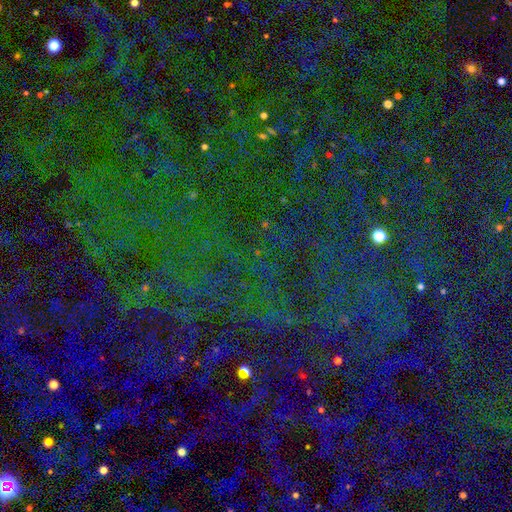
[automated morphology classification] Smooth or featured? Predicted: star or artifact (p=0.80).